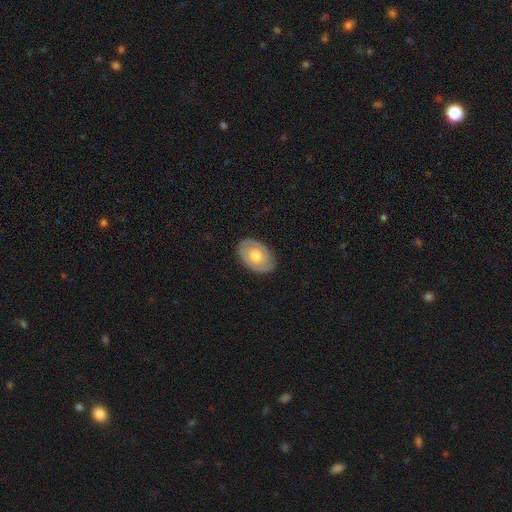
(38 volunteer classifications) Overall: featured or disk (66%; smooth 32%). Edge-on disk: no (96%). Bar: no (88%). Spiral arms: no (75%). Bulge size: moderate (67%). Merging: none (92%).